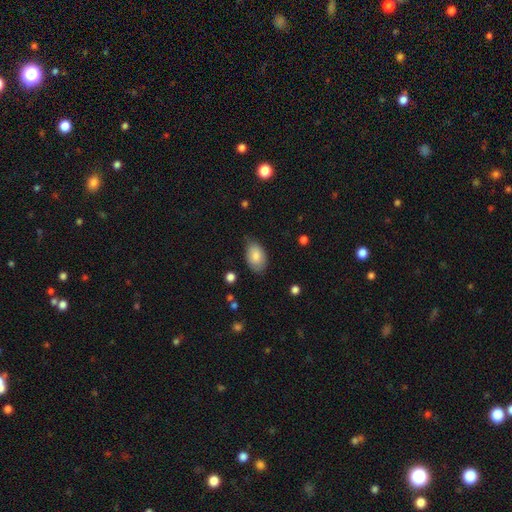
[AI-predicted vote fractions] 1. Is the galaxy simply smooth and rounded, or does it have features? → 84% smooth, 9% featured or disk, 7% star or artifact.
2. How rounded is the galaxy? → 92% in between, 7% round, 1% cigar-shaped.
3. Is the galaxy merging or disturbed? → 70% none, 24% minor disturbance, 4% major disturbance, 1% merger.